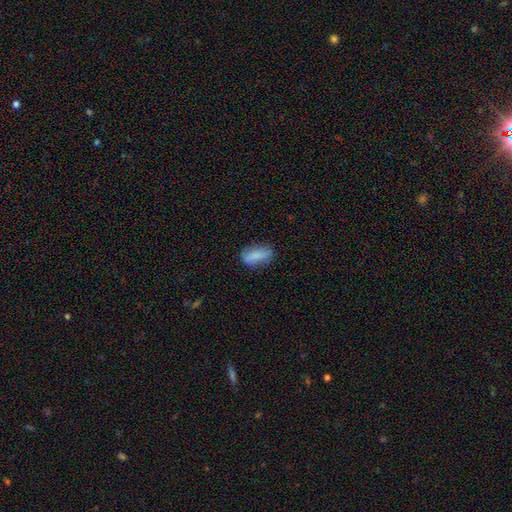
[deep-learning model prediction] smooth 80%, featured or disk 13%, star or artifact 7%. Down the decision tree: how rounded — in between (83%); merging — none (70%).